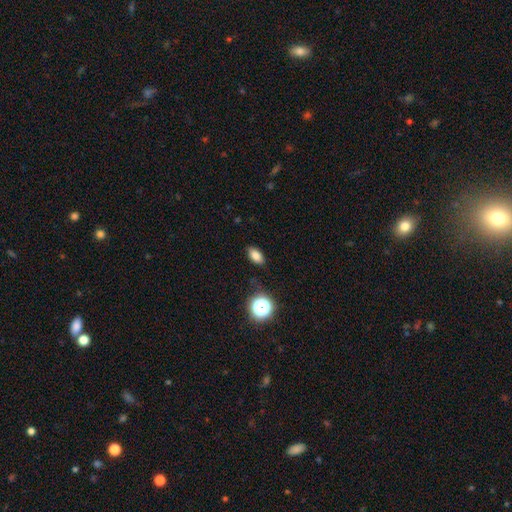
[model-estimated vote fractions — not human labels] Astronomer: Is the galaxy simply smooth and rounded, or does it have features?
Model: smooth — 80%.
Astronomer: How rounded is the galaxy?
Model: in between — 86%.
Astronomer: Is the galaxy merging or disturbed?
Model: none — 85%.